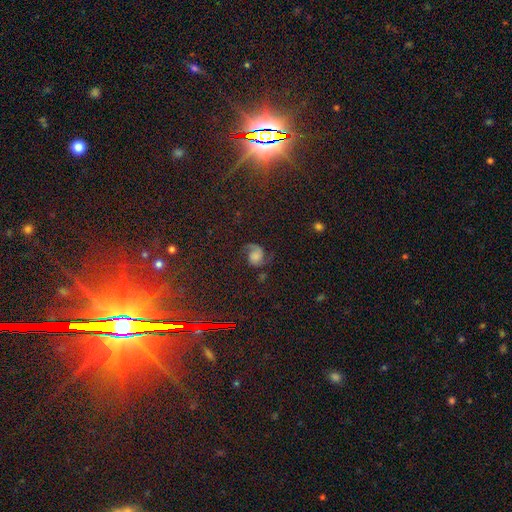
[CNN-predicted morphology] smooth-or-featured: featured or disk: 58% | smooth: 25% | star or artifact: 17%
  disk-edge-on: no: 98% | yes: 2%
    bar: no: 72% | weak: 22% | strong: 5%
    has-spiral-arms: yes: 92% | no: 8%
      spiral-winding: loose: 43% (tied) | medium: 43% (tied) | tight: 14%
      spiral-arm-count: 2: 84% | 1: 9% | can't tell: 3% | 3: 1% | 4: 1% | more than 4: 1%
    bulge-size: large: 26% | moderate: 24% | none: 23% | small: 18% | dominant: 9%
  merging: none: 60% | minor disturbance: 20% | major disturbance: 17% | merger: 3%